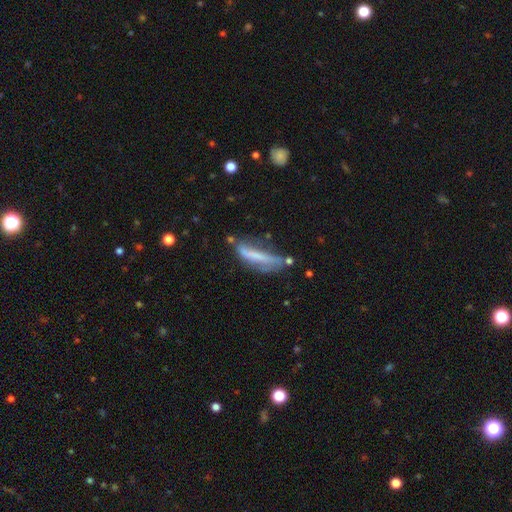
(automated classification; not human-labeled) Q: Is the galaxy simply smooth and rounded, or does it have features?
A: smooth — 51%.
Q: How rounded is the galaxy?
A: cigar-shaped — 76%.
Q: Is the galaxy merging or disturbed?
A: none — 41%.